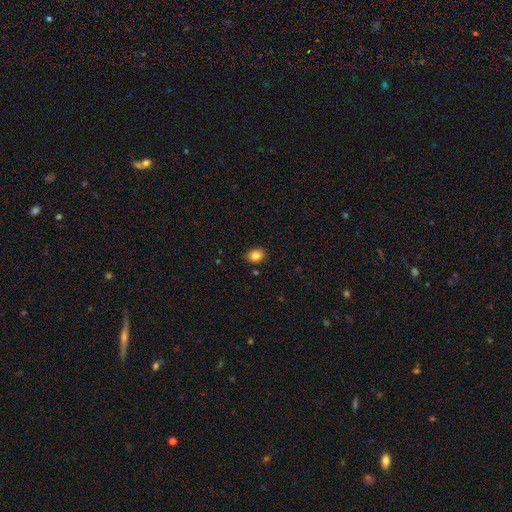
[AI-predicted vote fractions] Overall: smooth (84%). How rounded: in between (52%; round 47%). Merging: none (85%).